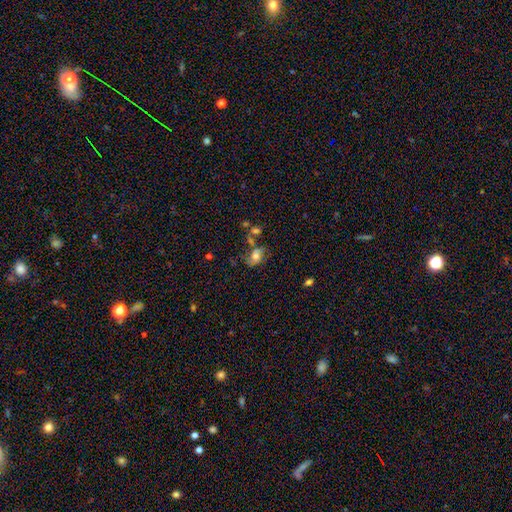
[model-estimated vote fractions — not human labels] Smooth or featured?
  - smooth: 45% *
  - featured or disk: 43%
  - star or artifact: 13%
Merging?
  - none: 39% *
  - minor disturbance: 22%
  - major disturbance: 20%
  - merger: 19%